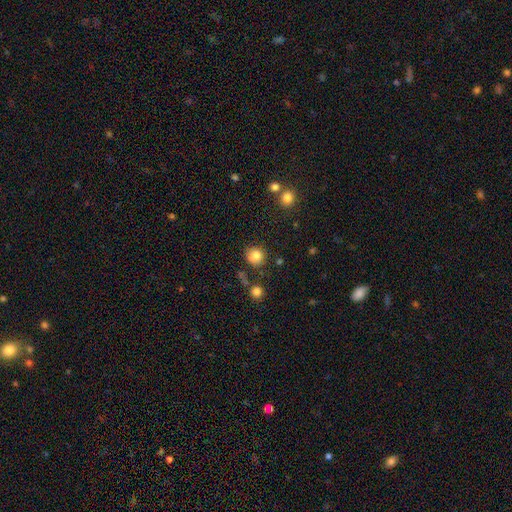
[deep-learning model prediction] Q: Smooth or featured?
A: smooth (83%); runner-up: star or artifact (11%)
Q: How rounded?
A: round (88%); runner-up: in between (11%)
Q: Merging?
A: none (79%); runner-up: minor disturbance (12%)